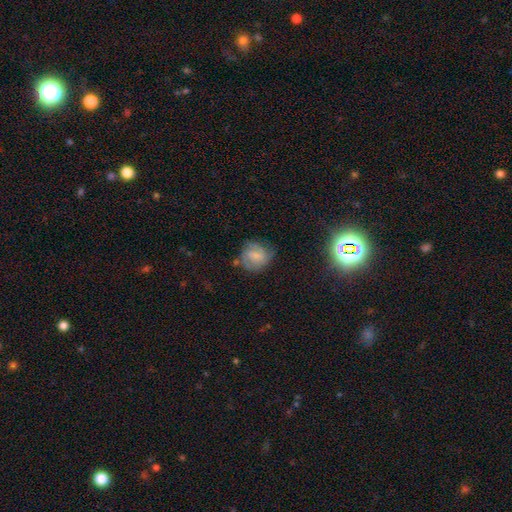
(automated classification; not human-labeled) This appears to be a featured or disk galaxy (47%). Merging: none (58%).